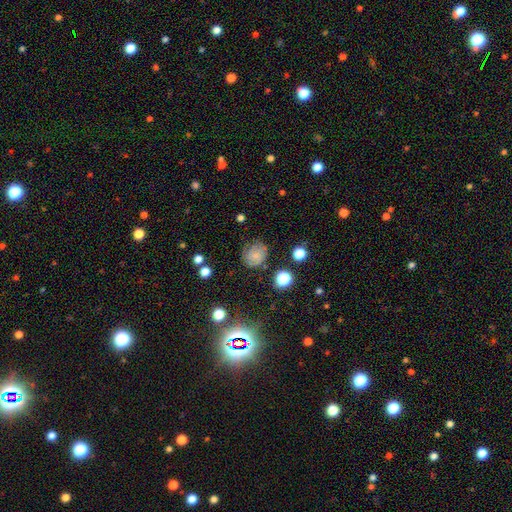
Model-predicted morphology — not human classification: The model was most divided on "smooth or featured": smooth: 57%, featured or disk: 28%, star or artifact: 15%. More confident: how rounded — round (72%); merging — none (66%).